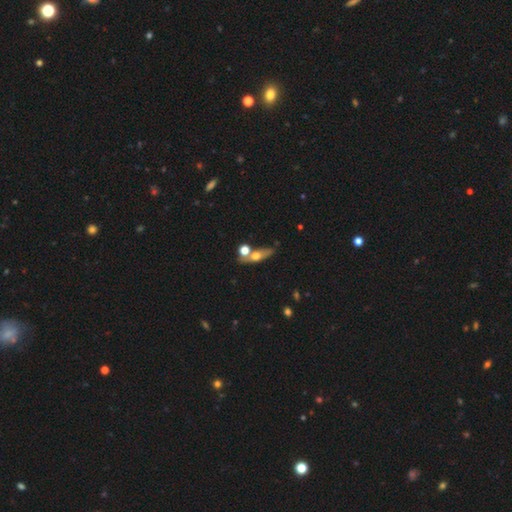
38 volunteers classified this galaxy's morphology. Volunteers were most divided on "how rounded": cigar-shaped: 50%, in between: 45%, round: 5%. More confident: merging — none (72%); smooth or featured — smooth (53%).